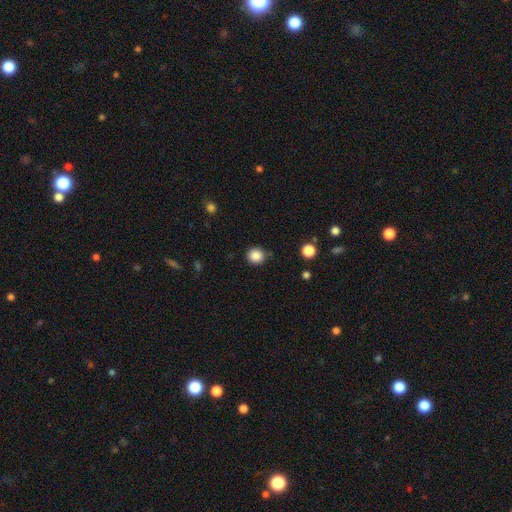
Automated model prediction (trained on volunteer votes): This is clearly a smooth galaxy (86%). How rounded: clearly round (92%). Merging: clearly none (86%).